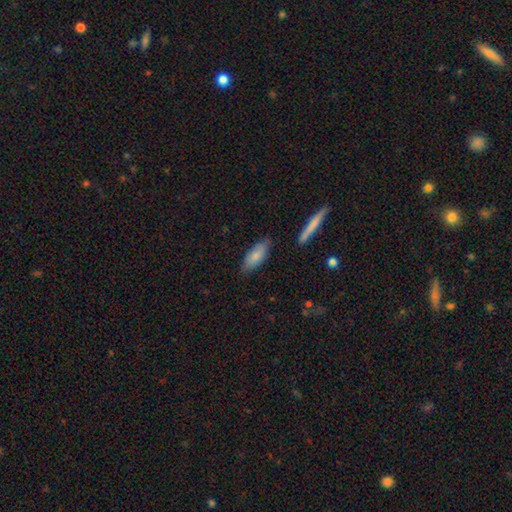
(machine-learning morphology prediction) Smooth or featured? Predicted: smooth (p=0.82). How rounded? Predicted: in between (p=0.75). Merging? Predicted: none (p=0.79).